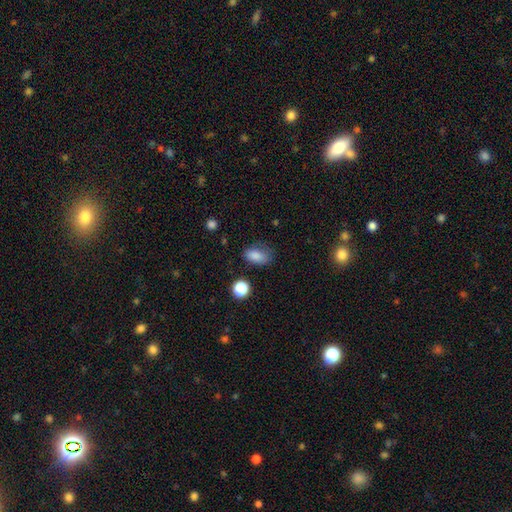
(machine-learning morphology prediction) This appears to be a smooth galaxy with no disk features (84%) that is in between round and cigar-shaped (87%). Merging: none (65%).